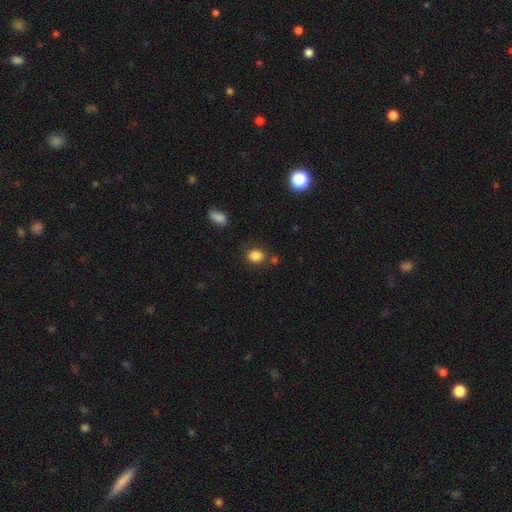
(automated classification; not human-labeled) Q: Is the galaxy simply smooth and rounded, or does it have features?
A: smooth — 85%.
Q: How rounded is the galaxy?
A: round — 51%.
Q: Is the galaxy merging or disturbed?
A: none — 77%.